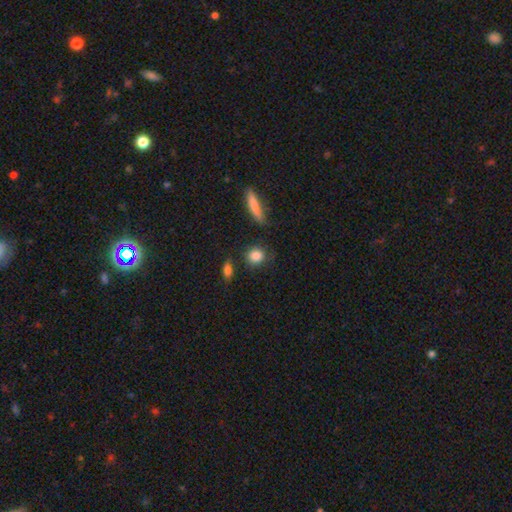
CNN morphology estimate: This is clearly a smooth galaxy (86%). How rounded: likely round (74%). Merging: likely none (77%).